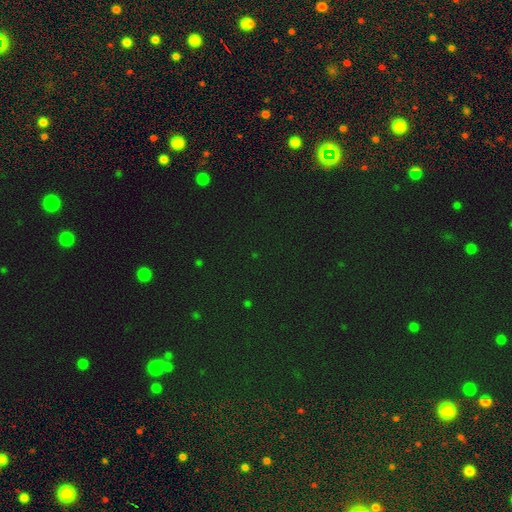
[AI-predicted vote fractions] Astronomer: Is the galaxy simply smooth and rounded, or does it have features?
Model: star or artifact — 78%.